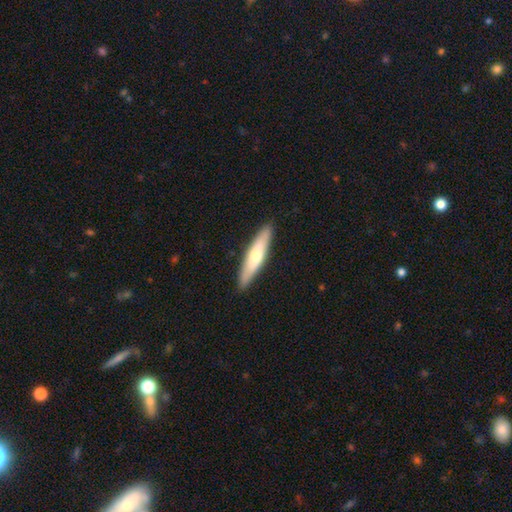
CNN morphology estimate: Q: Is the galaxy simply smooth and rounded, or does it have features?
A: smooth — 56%.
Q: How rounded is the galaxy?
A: cigar-shaped — 84%.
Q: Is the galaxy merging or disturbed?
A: none — 90%.